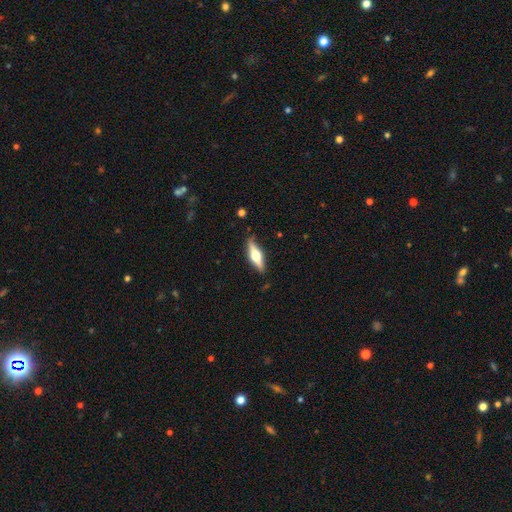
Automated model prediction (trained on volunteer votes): This is likely a featured or disk galaxy (62%). It is clearly viewed edge-on (95%). Edge-on bulge: clearly rounded (94%). Merging: clearly none (84%).